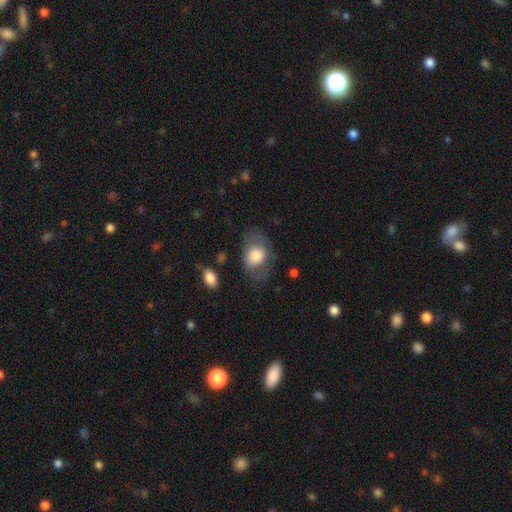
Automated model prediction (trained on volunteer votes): smooth-or-featured: smooth: 69% | featured or disk: 24% | star or artifact: 7%
  how-rounded: in between: 72% | round: 27% | cigar-shaped: 1%
  merging: none: 57% | minor disturbance: 23% | major disturbance: 18% | merger: 2%